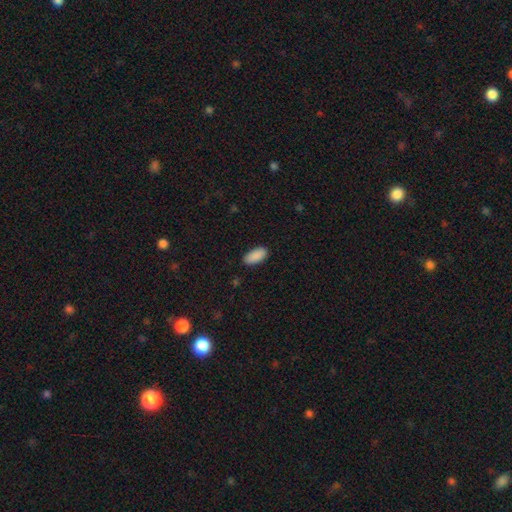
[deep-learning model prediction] This is clearly a smooth galaxy (90%). How rounded: clearly in between (91%). Merging: clearly none (87%).